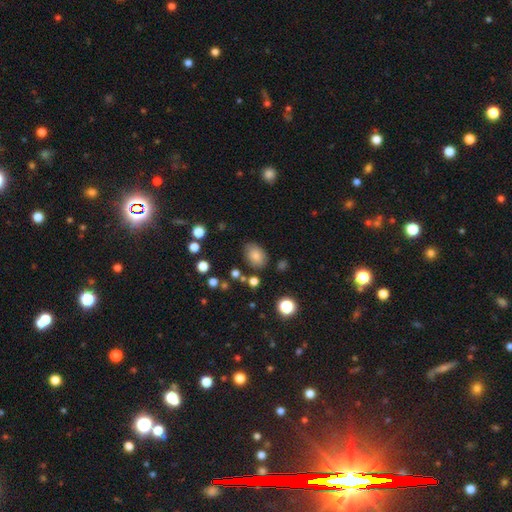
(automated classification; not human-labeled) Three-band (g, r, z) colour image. It shows a smooth galaxy with no disk features (81%) that is in between round and cigar-shaped (75%). Merging: none (78%).